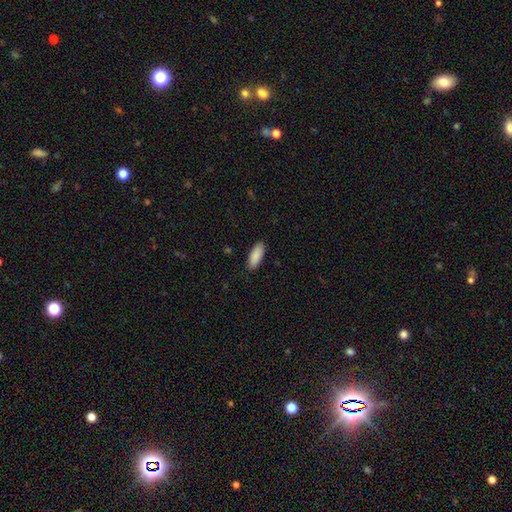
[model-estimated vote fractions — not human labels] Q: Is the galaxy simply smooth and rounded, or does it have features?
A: smooth — 90%.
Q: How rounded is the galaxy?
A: in between — 76%.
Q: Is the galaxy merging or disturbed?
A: none — 89%.